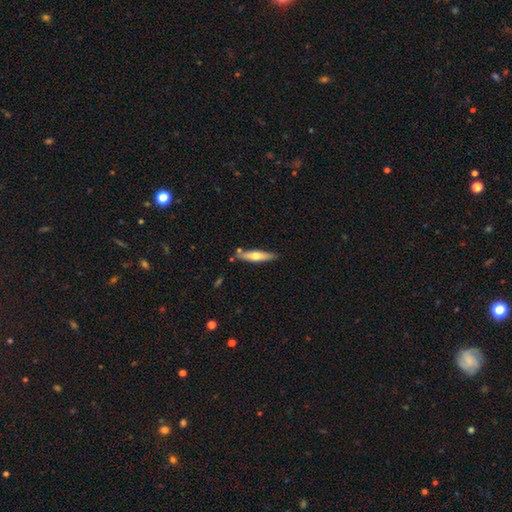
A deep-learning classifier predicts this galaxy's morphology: This appears to be a smooth galaxy with no disk features (50%) that is cigar-shaped (78%). Merging: none (79%).